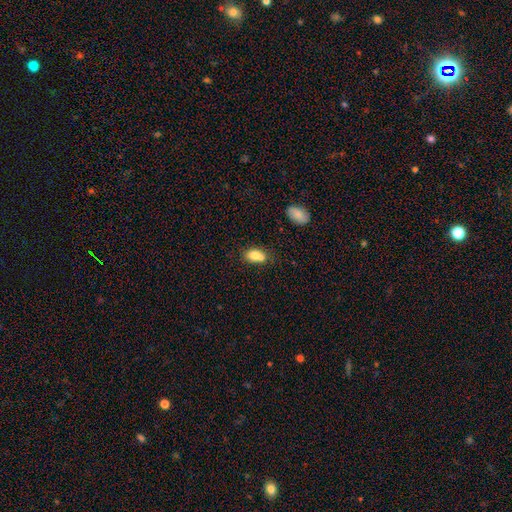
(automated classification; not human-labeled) This is likely a smooth galaxy (78%). How rounded: clearly in between (83%). Merging: possibly none (45%).